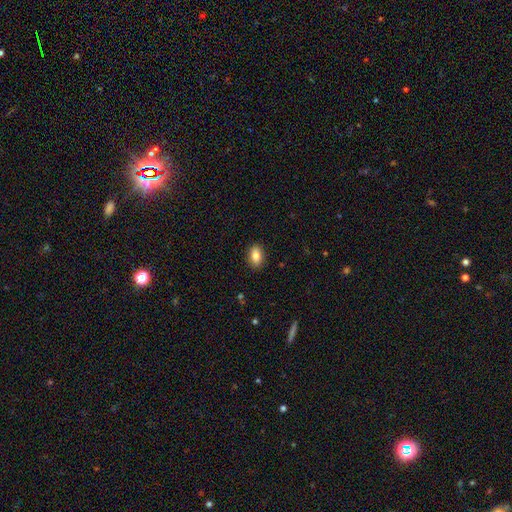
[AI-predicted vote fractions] A smooth galaxy with no disk features (83%) that is in between round and cigar-shaped (86%). Merging: none (89%).